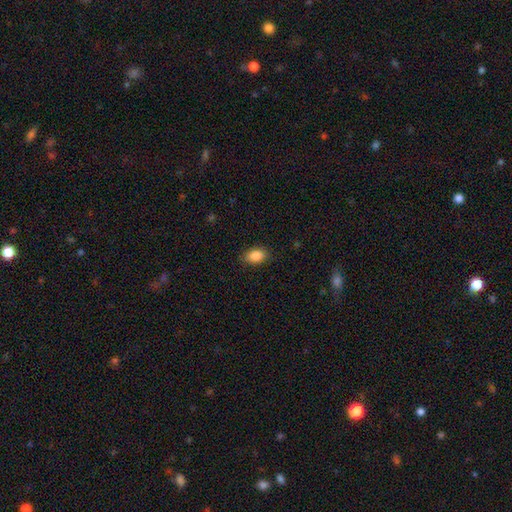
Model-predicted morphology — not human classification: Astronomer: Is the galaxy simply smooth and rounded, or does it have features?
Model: smooth — 88%.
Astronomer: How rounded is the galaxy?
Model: in between — 89%.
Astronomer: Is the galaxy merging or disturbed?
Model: none — 86%.